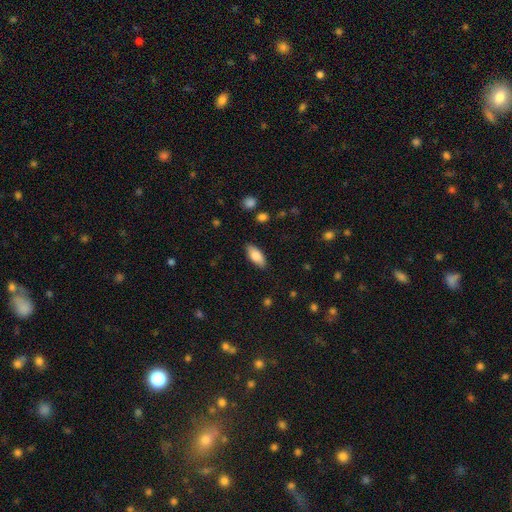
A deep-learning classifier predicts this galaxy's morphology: smooth-or-featured: smooth: 81% | featured or disk: 13% | star or artifact: 6%
  how-rounded: in between: 84% | cigar-shaped: 14% | round: 2%
  merging: none: 85% | minor disturbance: 11% | major disturbance: 2% | merger: 1%